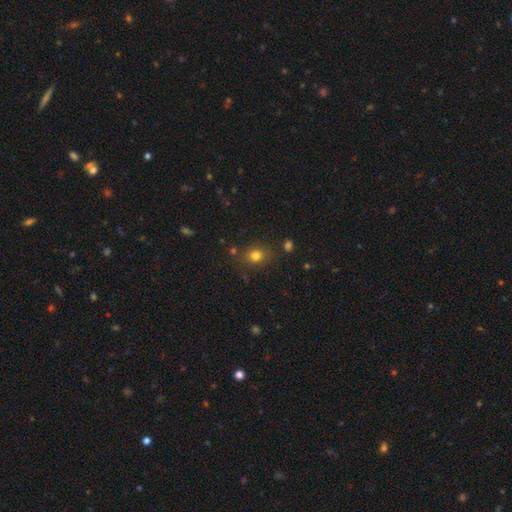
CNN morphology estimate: Q: Smooth or featured?
A: smooth (78%); runner-up: star or artifact (15%)
Q: How rounded?
A: round (66%); runner-up: in between (33%)
Q: Merging?
A: none (80%); runner-up: minor disturbance (12%)